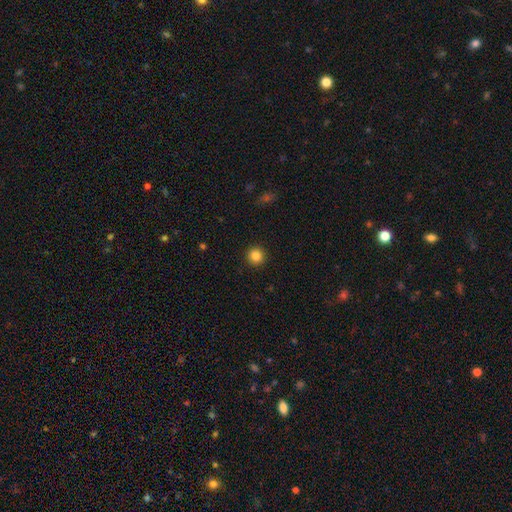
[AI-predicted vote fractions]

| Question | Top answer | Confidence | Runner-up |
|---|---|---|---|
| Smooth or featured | smooth | 85% | star or artifact (11%) |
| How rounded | round | 95% | in between (4%) |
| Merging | none | 93% | minor disturbance (4%) |